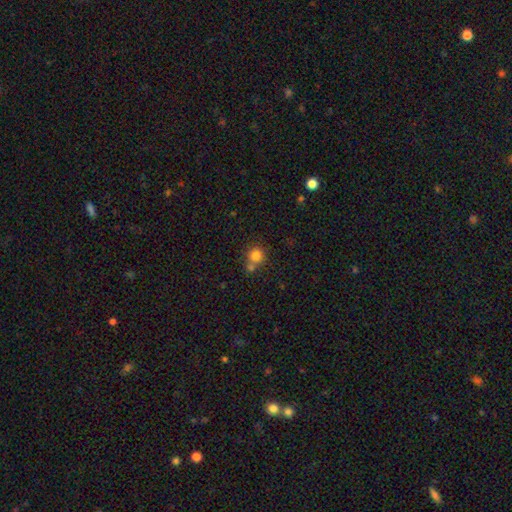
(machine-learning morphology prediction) Q: Smooth or featured?
A: smooth (81%); runner-up: star or artifact (12%)
Q: How rounded?
A: round (91%); runner-up: in between (8%)
Q: Merging?
A: none (59%); runner-up: merger (29%)